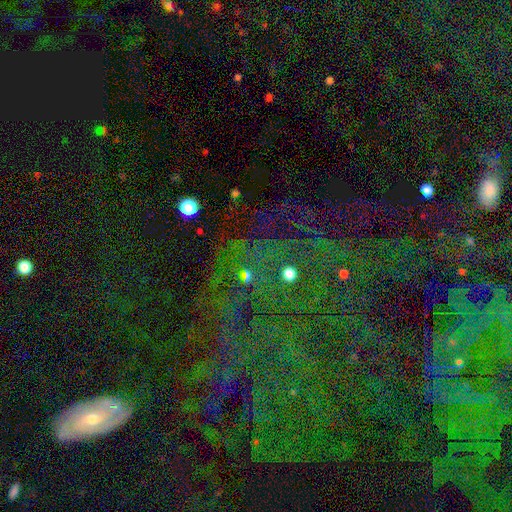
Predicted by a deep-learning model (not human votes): Smooth or featured?
  - star or artifact: 67% *
  - featured or disk: 17%
  - smooth: 16%